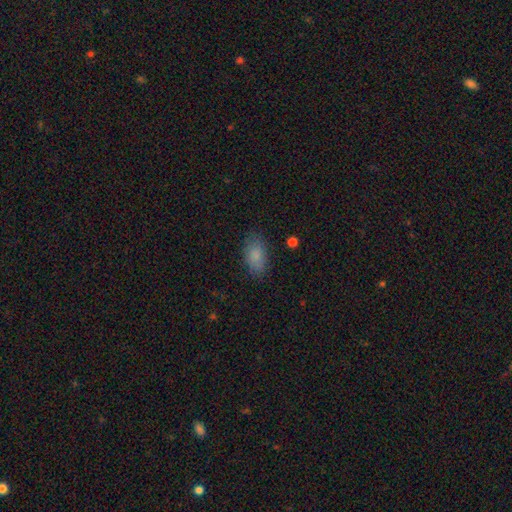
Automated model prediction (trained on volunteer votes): Q: Smooth or featured?
A: smooth (86%); runner-up: star or artifact (8%)
Q: How rounded?
A: in between (92%); runner-up: round (5%)
Q: Merging?
A: none (81%); runner-up: minor disturbance (14%)